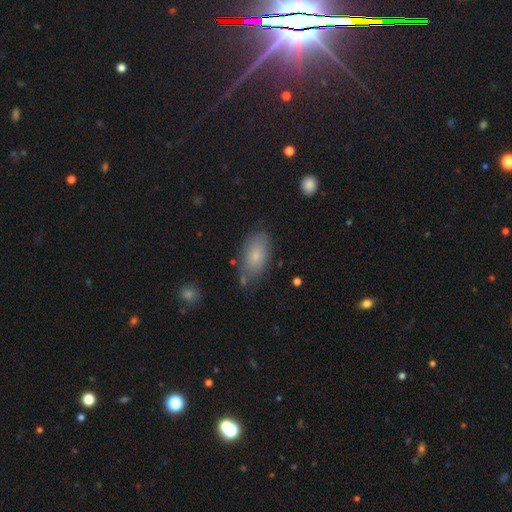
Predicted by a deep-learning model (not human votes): The model was most divided on "merging": none: 71%, minor disturbance: 19%, merger: 5%, major disturbance: 5%. More confident: how rounded — in between (92%); smooth or featured — smooth (78%).